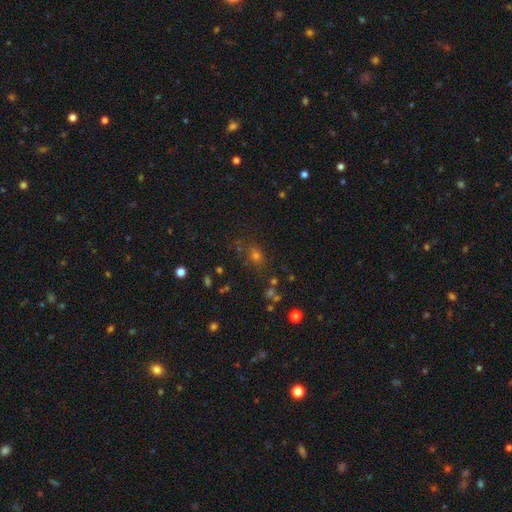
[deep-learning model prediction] Morphology: type=smooth (57%); roundness=round (62%); merging=none (74%).